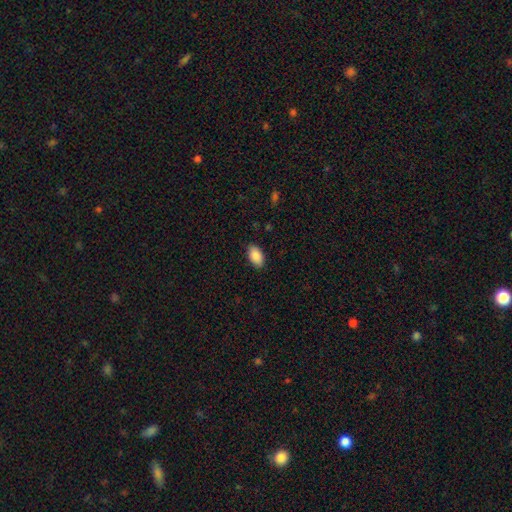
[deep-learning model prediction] smooth 89%, star or artifact 7%, featured or disk 4%. Down the decision tree: how rounded — in between (94%); merging — none (87%).